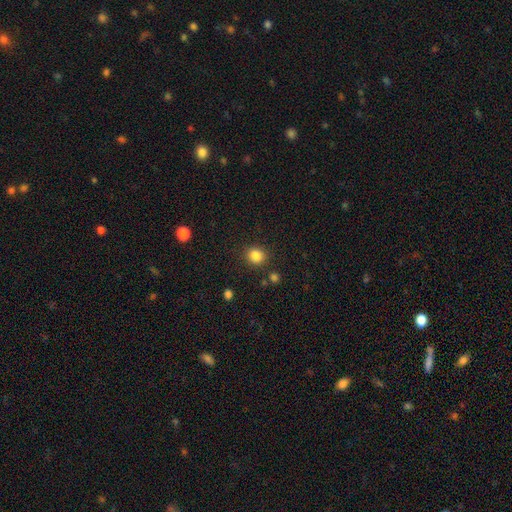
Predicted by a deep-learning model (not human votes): The model was most divided on "how rounded": round: 82%, in between: 17%, cigar-shaped: 1%. More confident: merging — none (86%); smooth or featured — smooth (85%).